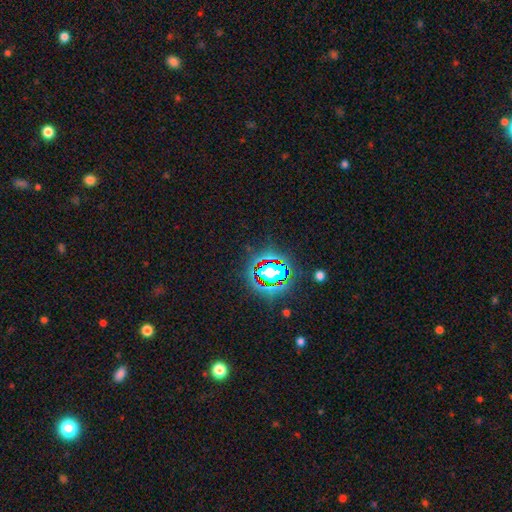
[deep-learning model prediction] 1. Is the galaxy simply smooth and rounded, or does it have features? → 82% star or artifact, 11% smooth, 8% featured or disk.